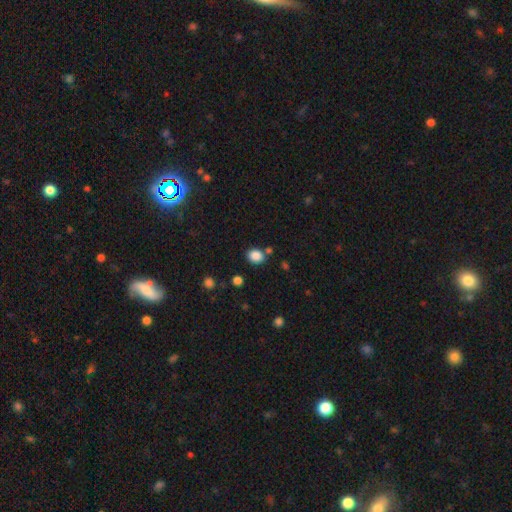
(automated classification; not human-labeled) Smooth or featured? Predicted: smooth (p=0.86). How rounded? Predicted: round (p=0.50). Merging? Predicted: none (p=0.77).